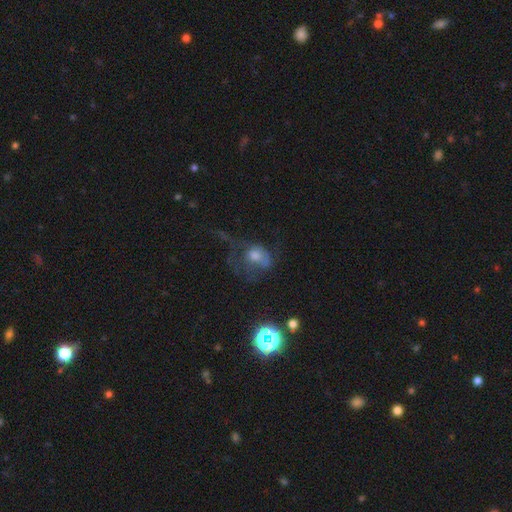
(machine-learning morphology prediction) type=smooth (43%); merging=major disturbance (51%).